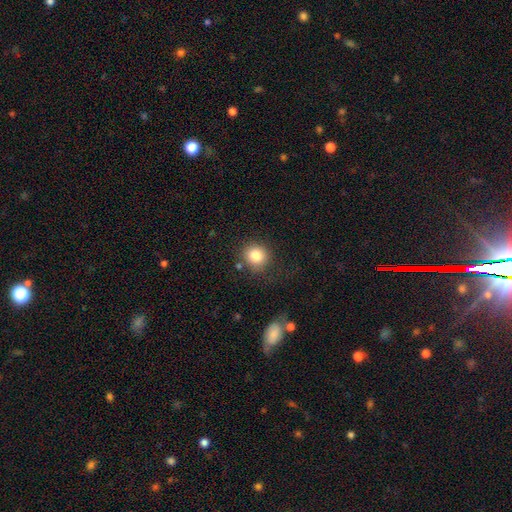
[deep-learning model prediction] Q: Smooth or featured?
A: smooth (82%); runner-up: star or artifact (10%)
Q: How rounded?
A: round (87%); runner-up: in between (12%)
Q: Merging?
A: none (79%); runner-up: minor disturbance (12%)